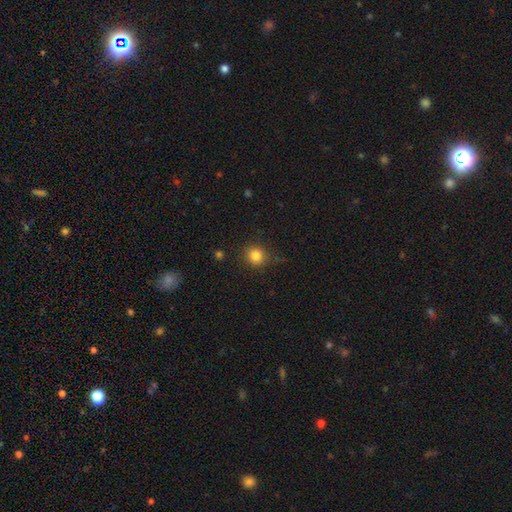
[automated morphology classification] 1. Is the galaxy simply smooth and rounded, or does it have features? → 83% smooth, 12% star or artifact, 5% featured or disk.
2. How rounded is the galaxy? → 89% round, 10% in between, 1% cigar-shaped.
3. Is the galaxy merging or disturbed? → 83% none, 12% minor disturbance, 3% major disturbance, 2% merger.